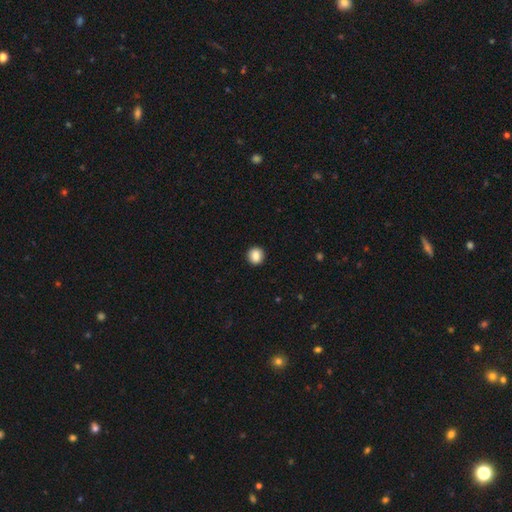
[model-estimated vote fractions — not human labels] A smooth galaxy with no disk features (87%) that is round (90%). Merging: none (93%).